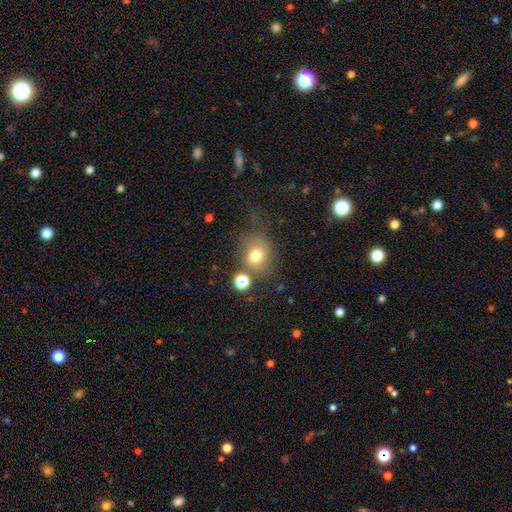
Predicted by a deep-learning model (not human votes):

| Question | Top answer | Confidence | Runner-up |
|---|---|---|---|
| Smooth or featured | smooth | 71% | star or artifact (16%) |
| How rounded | round | 72% | in between (27%) |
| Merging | none | 55% | minor disturbance (19%) |